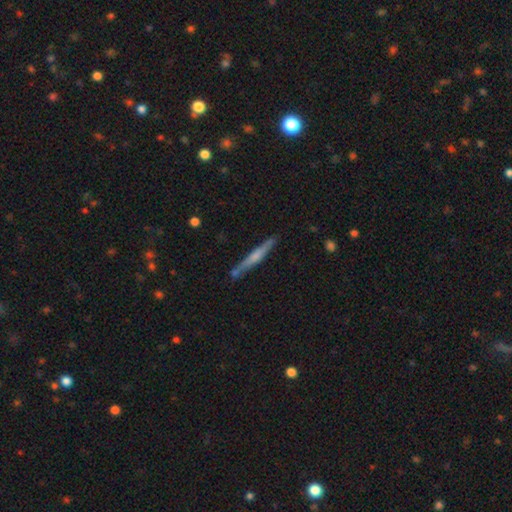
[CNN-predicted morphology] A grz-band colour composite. It shows a featured or disk galaxy (48%). Merging: none (79%).